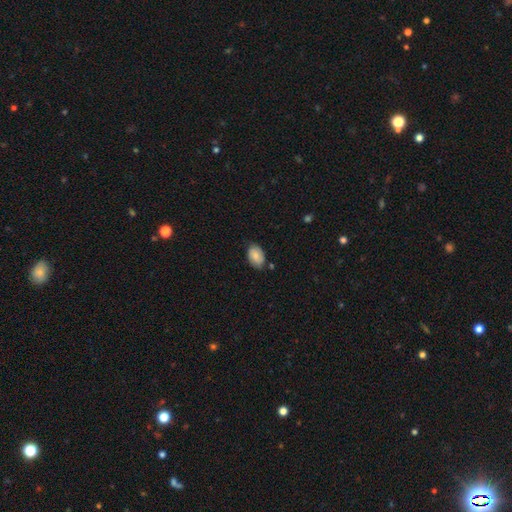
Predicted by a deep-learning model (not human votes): Q: Smooth or featured?
A: smooth (76%); runner-up: featured or disk (17%)
Q: How rounded?
A: in between (87%); runner-up: round (11%)
Q: Merging?
A: none (74%); runner-up: minor disturbance (20%)